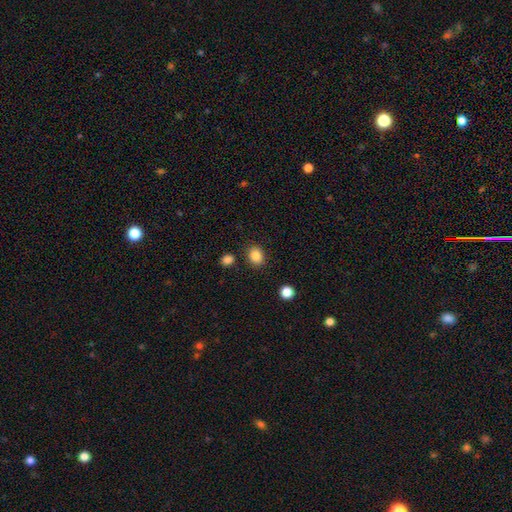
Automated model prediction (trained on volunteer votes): This appears to be a smooth galaxy with no disk features (86%) that is round (57%). Merging: none (84%).